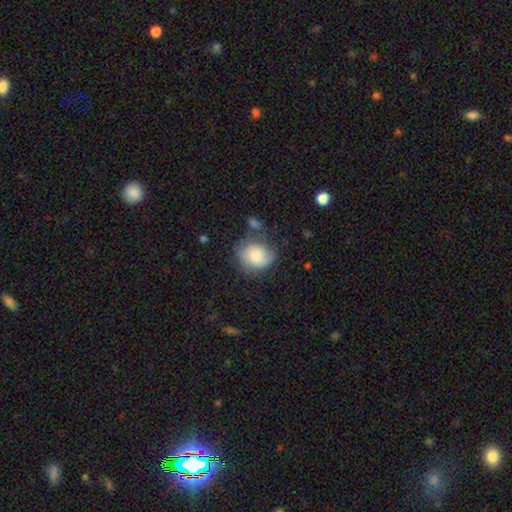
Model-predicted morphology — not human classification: The model was most divided on "merging": none: 52%, minor disturbance: 28%, major disturbance: 12%, merger: 7%. More confident: smooth or featured — smooth (74%); how rounded — round (67%).